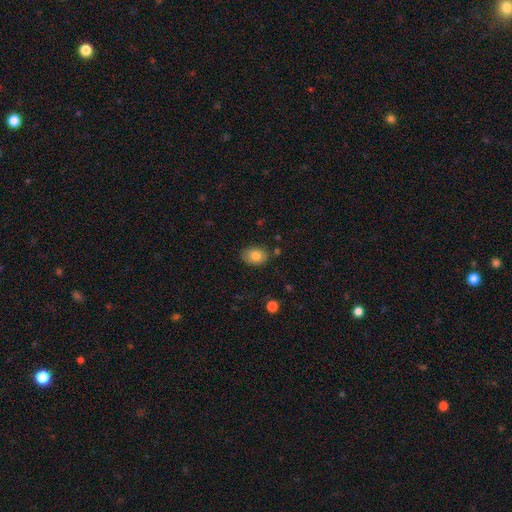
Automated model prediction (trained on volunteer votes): Smooth or featured?
  - smooth: 81% *
  - featured or disk: 11%
  - star or artifact: 8%
How rounded?
  - in between: 73% *
  - round: 26%
  - cigar-shaped: 1%
Merging?
  - none: 79% *
  - minor disturbance: 15%
  - major disturbance: 3%
  - merger: 3%